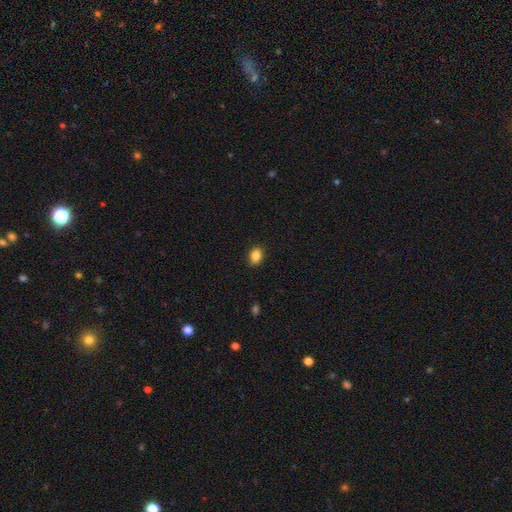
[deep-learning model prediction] smooth-or-featured: smooth: 86% | star or artifact: 9% | featured or disk: 4%
  how-rounded: in between: 71% | round: 28% | cigar-shaped: 1%
  merging: none: 88% | minor disturbance: 9% | major disturbance: 2% | merger: 1%